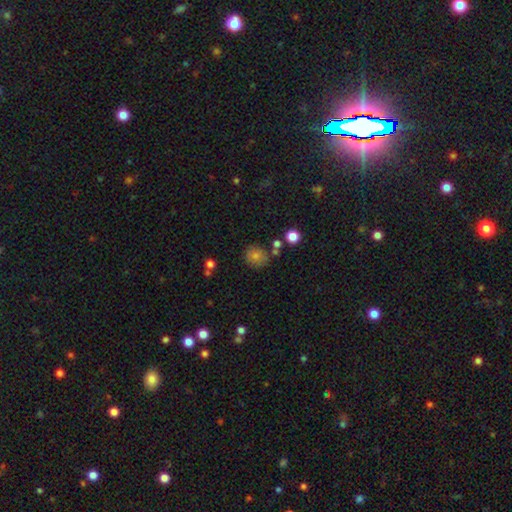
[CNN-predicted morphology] This appears to be a smooth galaxy with no disk features (74%) that is round (85%). Merging: none (77%).